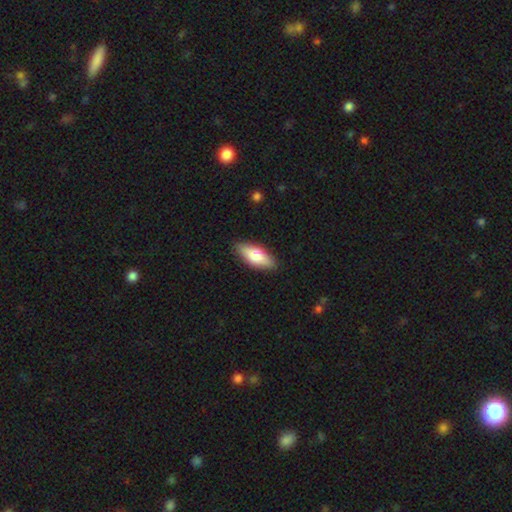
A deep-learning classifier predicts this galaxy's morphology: Smooth or featured?
  - smooth: 71% *
  - featured or disk: 23%
  - star or artifact: 6%
How rounded?
  - in between: 74% *
  - cigar-shaped: 24%
  - round: 2%
Merging?
  - none: 86% *
  - minor disturbance: 10%
  - major disturbance: 2%
  - merger: 1%